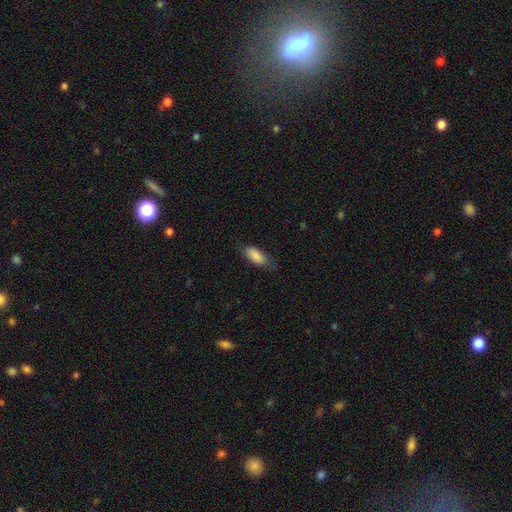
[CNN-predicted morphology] Smooth or featured? Predicted: smooth (p=0.87). How rounded? Predicted: in between (p=0.88). Merging? Predicted: none (p=0.72).